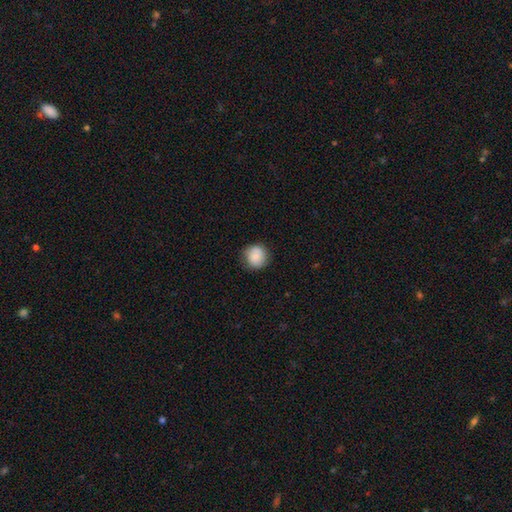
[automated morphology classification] A smooth galaxy with no disk features (85%) that is round (90%).

Vote fractions:
- Smooth or featured? smooth: 85% / star or artifact: 8% / featured or disk: 7%
- How rounded? round: 90% / in between: 9% / cigar-shaped: 1%
- Merging? none: 82% / minor disturbance: 14% / major disturbance: 3% / merger: 1%